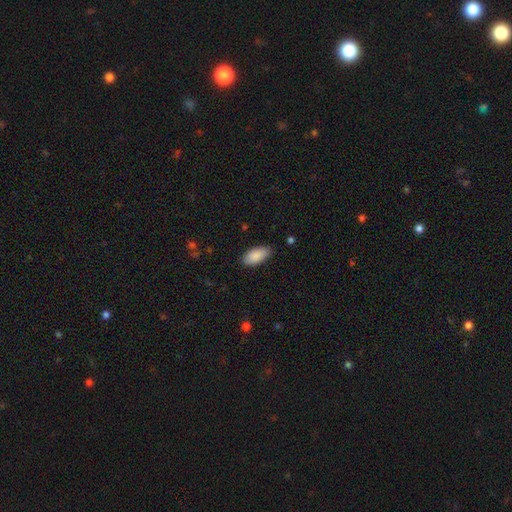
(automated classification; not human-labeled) A smooth galaxy with no disk features (89%) that is in between round and cigar-shaped (93%). Merging: none (84%).